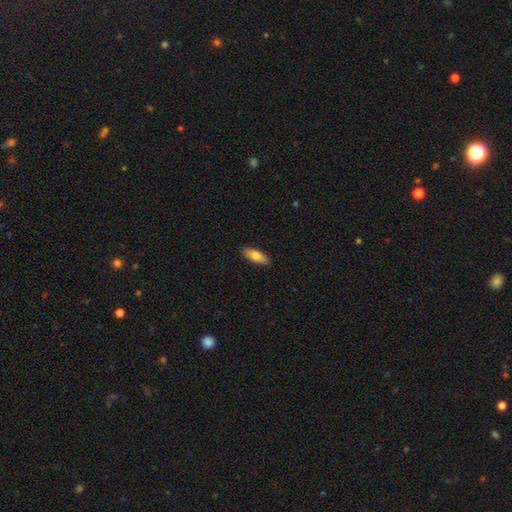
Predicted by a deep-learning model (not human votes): Q: Smooth or featured?
A: smooth (76%); runner-up: featured or disk (18%)
Q: How rounded?
A: in between (70%); runner-up: cigar-shaped (27%)
Q: Merging?
A: none (90%); runner-up: minor disturbance (8%)